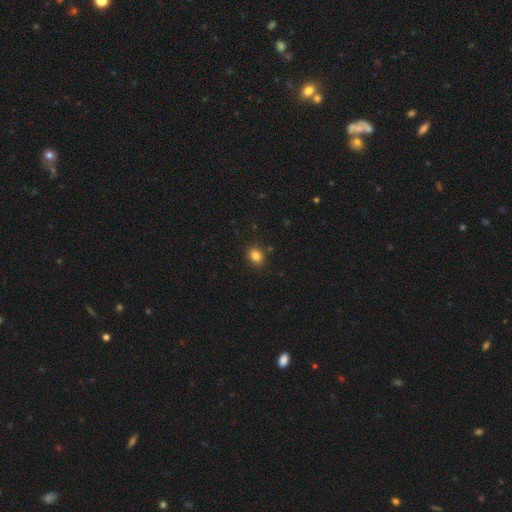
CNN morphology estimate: A smooth galaxy with no disk features (83%) that is round (60%).

Vote fractions:
- Smooth or featured? smooth: 83% / star or artifact: 12% / featured or disk: 6%
- How rounded? round: 60% / in between: 39% / cigar-shaped: 1%
- Merging? none: 87% / minor disturbance: 8% / merger: 2% / major disturbance: 2%